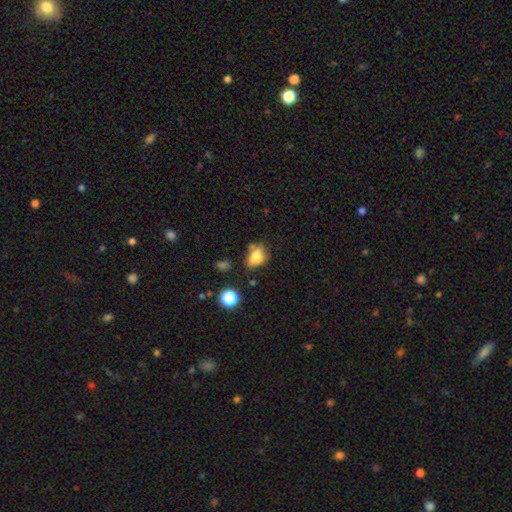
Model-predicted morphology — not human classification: Overall: smooth (75%). How rounded: in between (71%). Merging: none (48%; minor disturbance 28%).